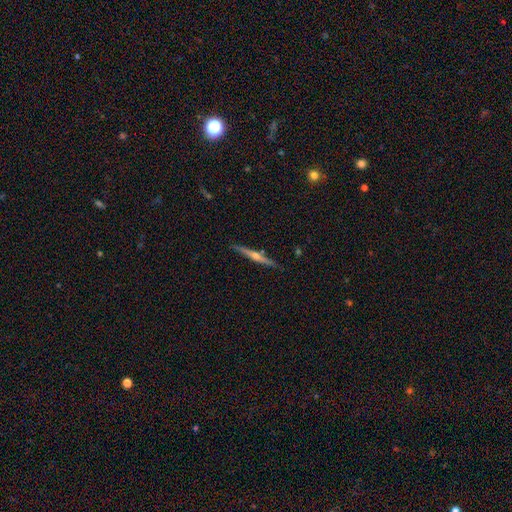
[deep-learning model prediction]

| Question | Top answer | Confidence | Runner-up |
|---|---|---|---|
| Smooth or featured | featured or disk | 78% | smooth (16%) |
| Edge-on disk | yes | 98% | no (2%) |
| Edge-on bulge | rounded | 88% | none (8%) |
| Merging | none | 89% | minor disturbance (8%) |